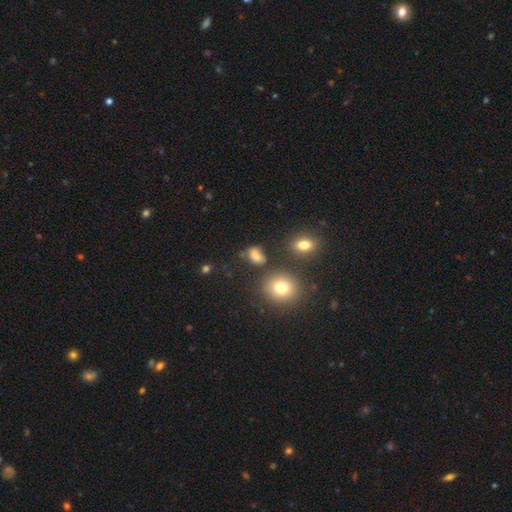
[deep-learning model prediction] Q: Smooth or featured?
A: smooth (73%); runner-up: star or artifact (16%)
Q: How rounded?
A: in between (70%); runner-up: round (28%)
Q: Merging?
A: none (58%); runner-up: minor disturbance (20%)